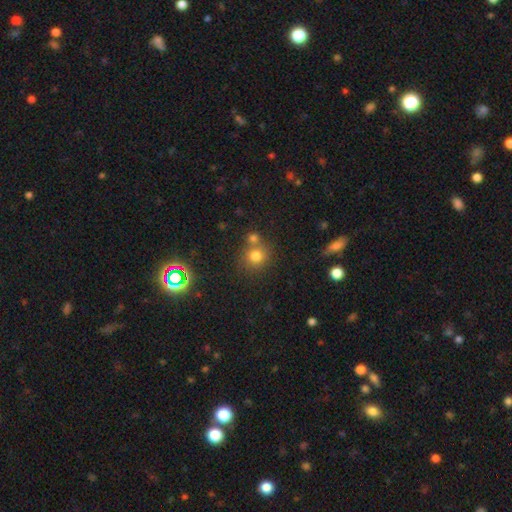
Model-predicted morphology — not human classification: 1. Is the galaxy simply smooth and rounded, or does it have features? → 76% smooth, 16% star or artifact, 8% featured or disk.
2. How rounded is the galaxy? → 86% round, 13% in between, 1% cigar-shaped.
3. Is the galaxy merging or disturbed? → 61% none, 27% merger, 9% minor disturbance, 3% major disturbance.